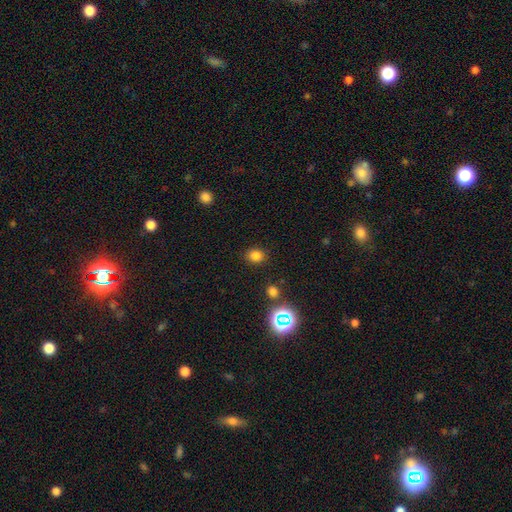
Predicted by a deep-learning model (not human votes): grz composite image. It shows a smooth galaxy with no disk features (80%) that is round (69%). Merging: none (85%).